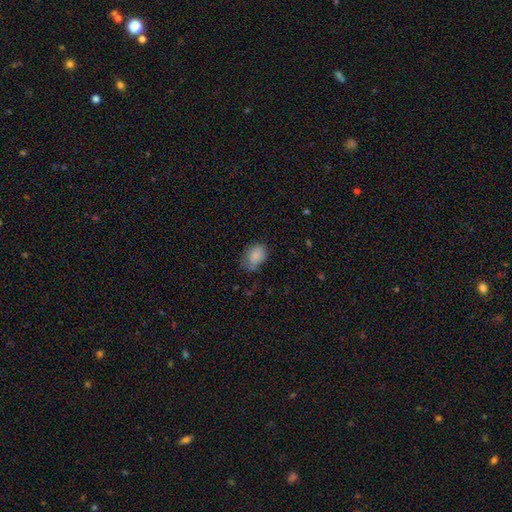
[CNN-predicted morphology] Smooth or featured?
  - smooth: 83% *
  - featured or disk: 9%
  - star or artifact: 8%
How rounded?
  - in between: 78% *
  - round: 21%
  - cigar-shaped: 1%
Merging?
  - none: 57% *
  - minor disturbance: 31%
  - major disturbance: 10%
  - merger: 2%